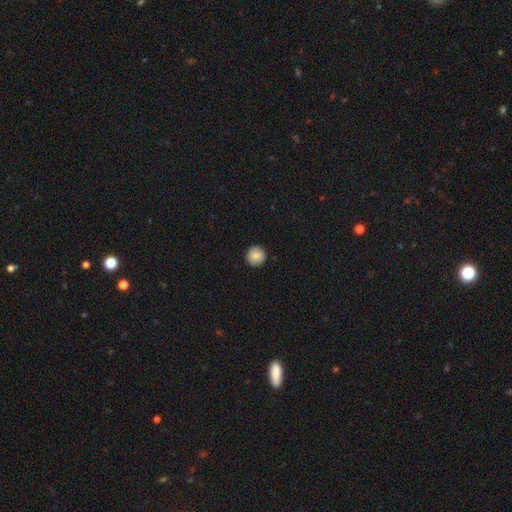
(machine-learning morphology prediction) This appears to be a smooth galaxy with no disk features (86%) that is round (95%). Merging: none (91%).